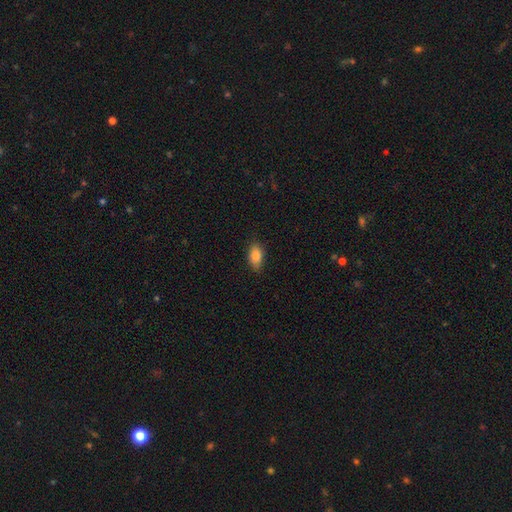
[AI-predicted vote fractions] The model was most divided on "merging": none: 83%, minor disturbance: 13%, major disturbance: 3%, merger: 1%. More confident: how rounded — in between (91%); smooth or featured — smooth (86%).